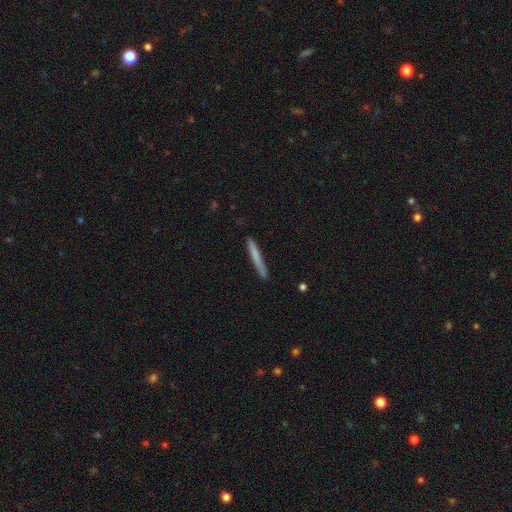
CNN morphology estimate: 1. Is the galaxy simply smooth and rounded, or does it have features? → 71% smooth, 24% featured or disk, 6% star or artifact.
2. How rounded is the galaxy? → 96% cigar-shaped, 2% in between, 1% round.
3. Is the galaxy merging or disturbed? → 86% none, 10% minor disturbance, 2% major disturbance, 2% merger.